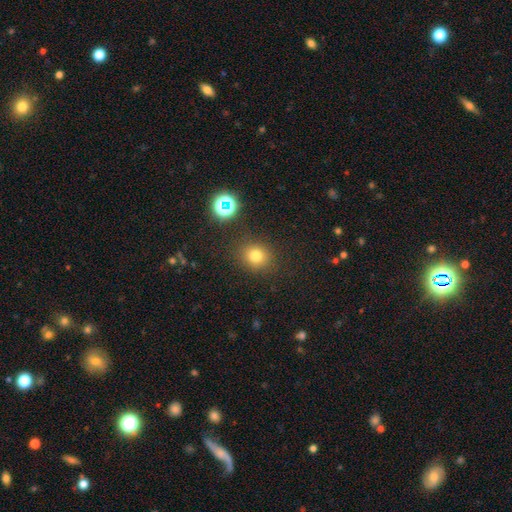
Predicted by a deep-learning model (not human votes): smooth_or_featured: smooth (p=0.75) [alt: star or artifact p=0.18]
how_rounded: round (p=0.80) [alt: in between p=0.19]
merging: none (p=0.85) [alt: minor disturbance p=0.09]